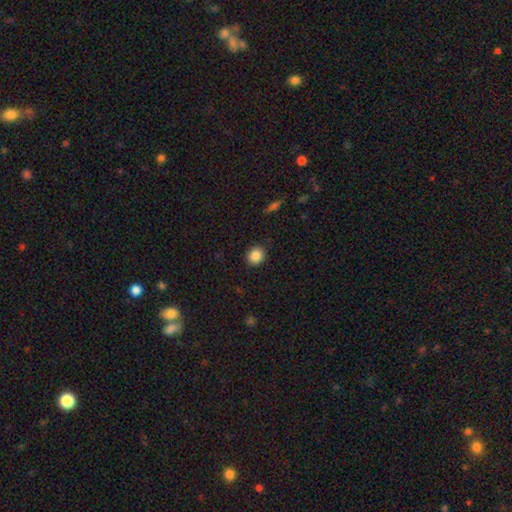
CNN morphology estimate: Smooth or featured?
  - smooth: 86% *
  - star or artifact: 9%
  - featured or disk: 5%
How rounded?
  - round: 82% *
  - in between: 17%
  - cigar-shaped: 1%
Merging?
  - none: 90% *
  - minor disturbance: 7%
  - major disturbance: 2%
  - merger: 1%